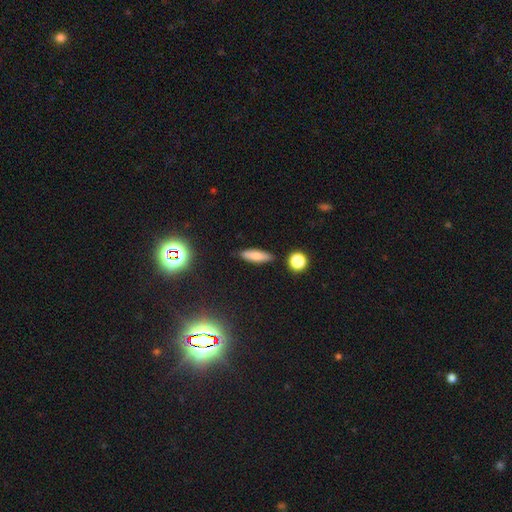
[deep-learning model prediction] smooth 78%, featured or disk 13%, star or artifact 9%. Down the decision tree: how rounded — cigar-shaped (53%); merging — none (86%).